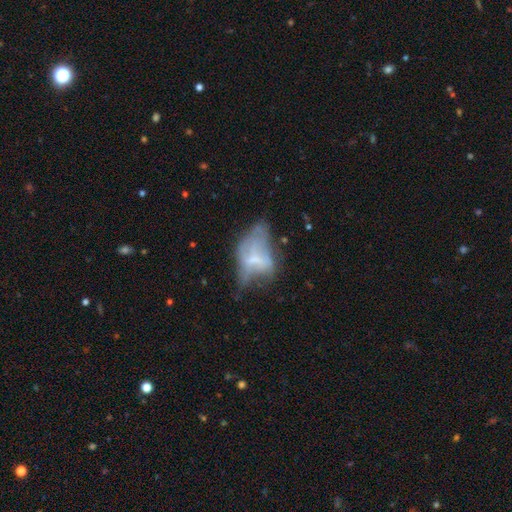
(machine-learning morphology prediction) A featured or disk galaxy (52%). Merging: major disturbance (35%).